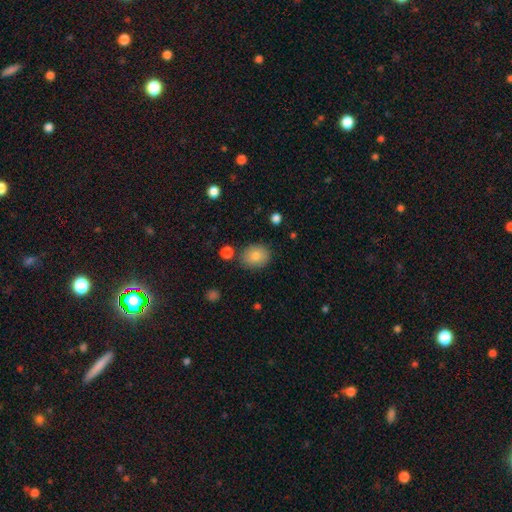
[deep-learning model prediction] A smooth galaxy with no disk features (83%) that is round (57%). Merging: none (79%).